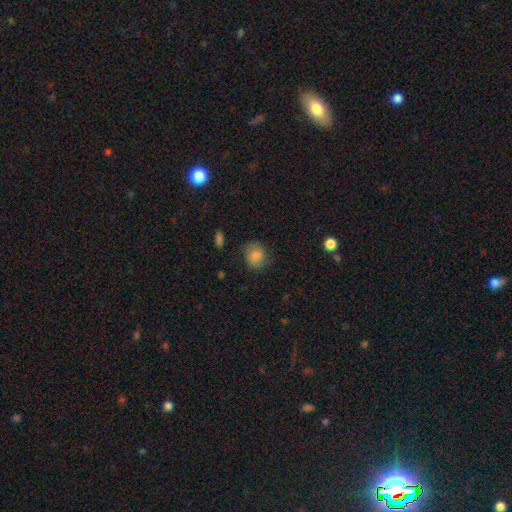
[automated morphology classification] Smooth or featured? Predicted: smooth (p=0.77). How rounded? Predicted: round (p=0.73). Merging? Predicted: none (p=0.72).